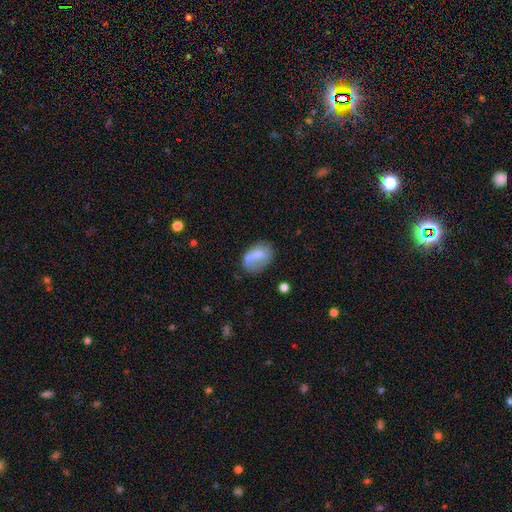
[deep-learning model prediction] Q: Smooth or featured?
A: smooth (64%); runner-up: featured or disk (27%)
Q: How rounded?
A: in between (81%); runner-up: round (17%)
Q: Merging?
A: none (44%); runner-up: minor disturbance (27%)